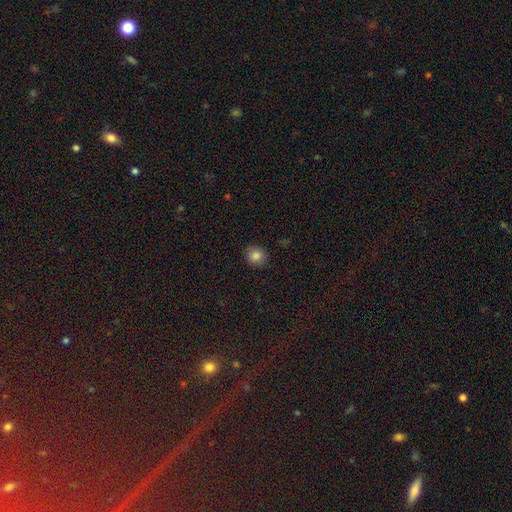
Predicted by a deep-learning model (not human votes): Q: Smooth or featured?
A: smooth (84%); runner-up: star or artifact (11%)
Q: How rounded?
A: round (83%); runner-up: in between (16%)
Q: Merging?
A: none (89%); runner-up: minor disturbance (8%)